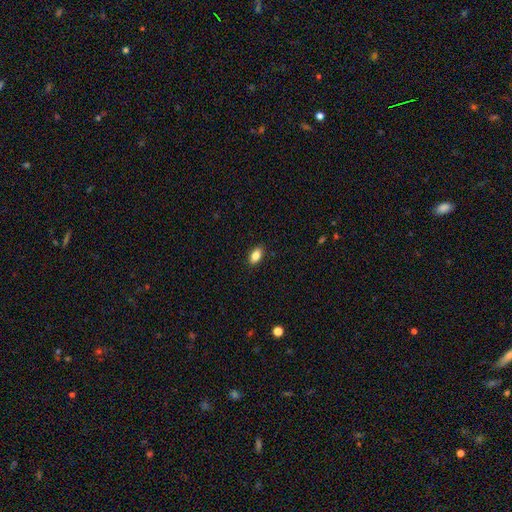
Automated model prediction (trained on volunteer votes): Smooth or featured? smooth (84%)
How rounded? in between (90%)
Merging? none (89%)